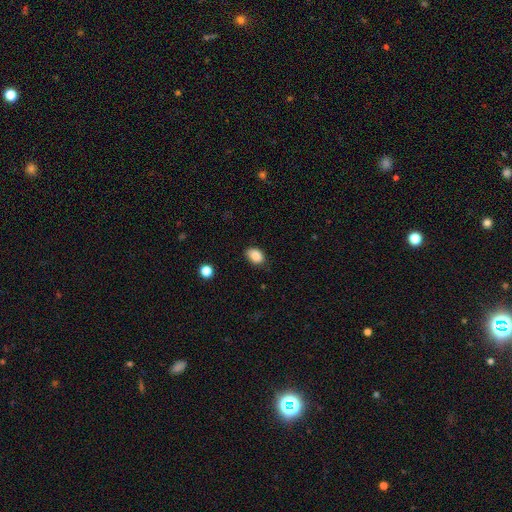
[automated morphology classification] smooth_or_featured: smooth (p=0.87) [alt: star or artifact p=0.09]
how_rounded: in between (p=0.79) [alt: round p=0.20]
merging: none (p=0.74) [alt: minor disturbance p=0.21]